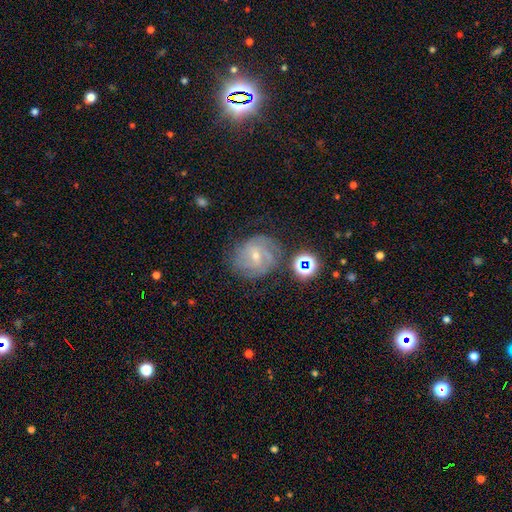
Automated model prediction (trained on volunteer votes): smooth_or_featured: featured or disk (p=0.74) [alt: smooth p=0.15]
disk_edge_on: no (p=0.97) [alt: yes p=0.03]
bar: weak (p=0.52) [alt: no p=0.34]
has_spiral_arms: yes (p=0.93) [alt: no p=0.07]
spiral_winding: tight (p=0.56) [alt: medium p=0.35]
spiral_arm_count: can't tell (p=0.32) [alt: 3 p=0.25]
bulge_size: small (p=0.63) [alt: moderate p=0.34]
merging: none (p=0.68) [alt: minor disturbance p=0.19]